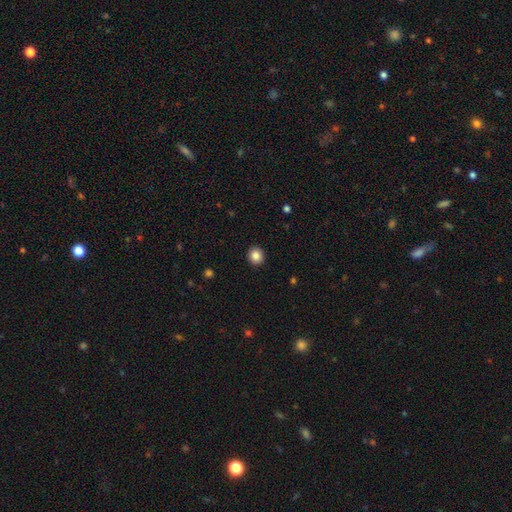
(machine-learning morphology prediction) smooth_or_featured: smooth (p=0.86) [alt: star or artifact p=0.10]
how_rounded: round (p=0.81) [alt: in between p=0.18]
merging: none (p=0.92) [alt: minor disturbance p=0.05]